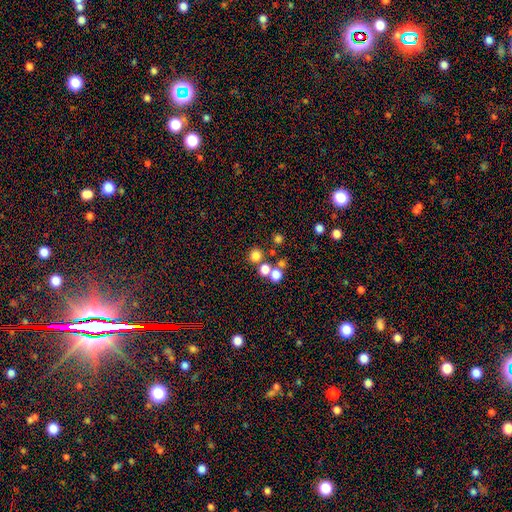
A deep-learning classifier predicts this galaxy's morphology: Smooth or featured? Predicted: smooth (p=0.75). How rounded? Predicted: round (p=0.90). Merging? Predicted: none (p=0.71).